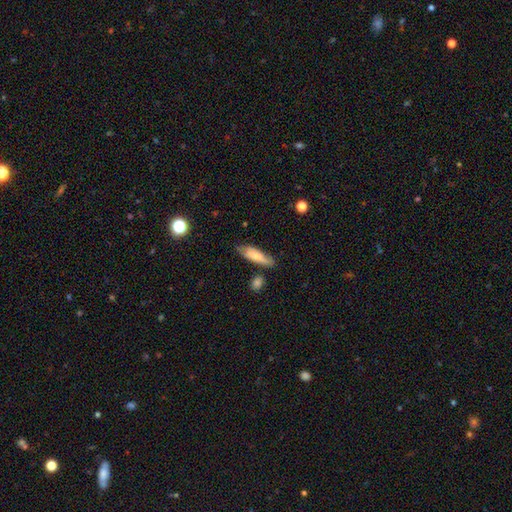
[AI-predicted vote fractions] This appears to be a smooth galaxy with no disk features (65%) that is in between round and cigar-shaped (50%). Merging: none (67%).